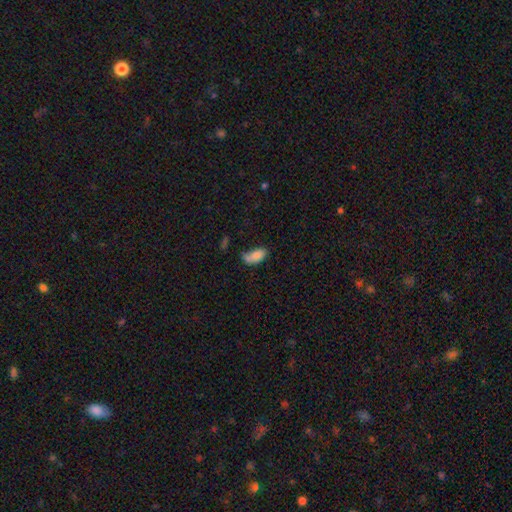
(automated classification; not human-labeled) A smooth galaxy with no disk features (81%) that is in between round and cigar-shaped (90%). Merging: none (41%).